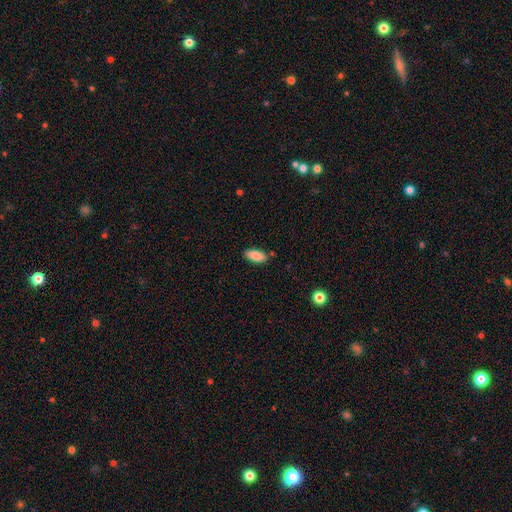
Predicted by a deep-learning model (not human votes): Smooth or featured?
  - smooth: 88% *
  - star or artifact: 7%
  - featured or disk: 5%
How rounded?
  - in between: 89% *
  - cigar-shaped: 9%
  - round: 2%
Merging?
  - none: 83% *
  - minor disturbance: 12%
  - major disturbance: 2%
  - merger: 2%